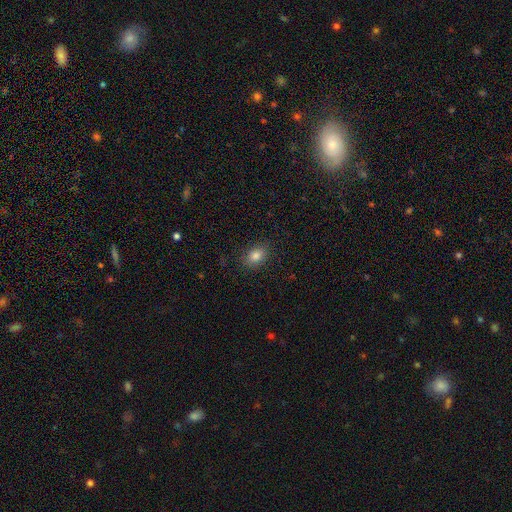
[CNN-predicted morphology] smooth-or-featured: smooth: 83% | star or artifact: 11% | featured or disk: 6%
  how-rounded: in between: 67% | round: 32% | cigar-shaped: 1%
  merging: none: 87% | minor disturbance: 10% | major disturbance: 3% | merger: 1%